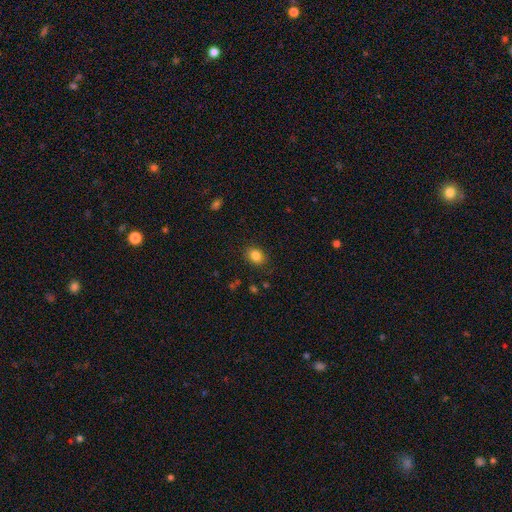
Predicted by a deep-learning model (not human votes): Overall: smooth (84%). How rounded: in between (50%; round 49%). Merging: none (86%).